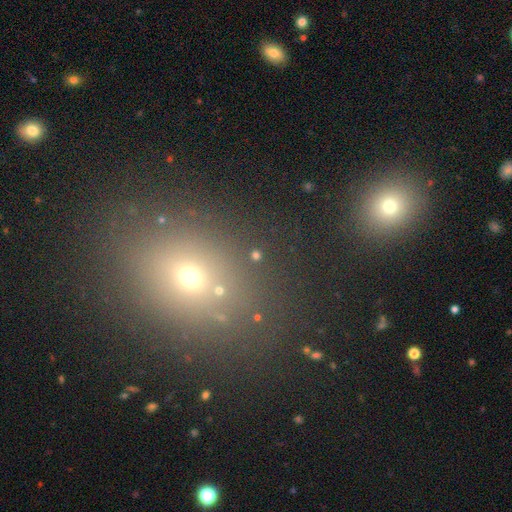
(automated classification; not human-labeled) A smooth galaxy with no disk features (59%) that is round (49%, tied with in between). Merging: none (78%).